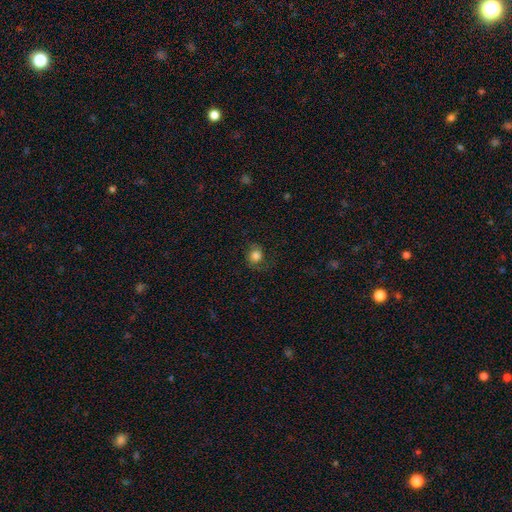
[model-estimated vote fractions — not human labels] A smooth galaxy with no disk features (75%) that is round (68%). Merging: none (68%).